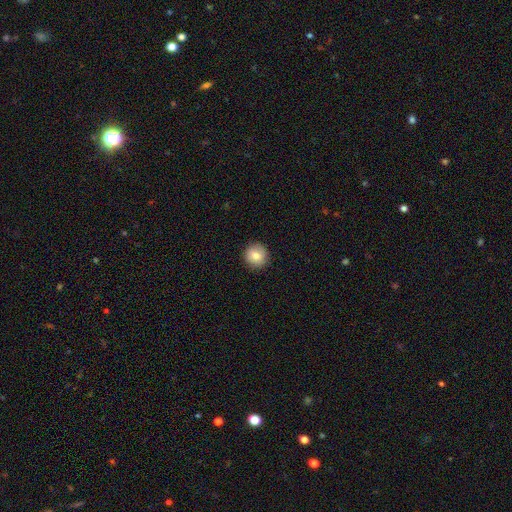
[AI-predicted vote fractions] Smooth or featured: smooth — 81% (featured or disk — 11%)
How rounded: round — 94% (in between — 5%)
Merging: none — 90% (minor disturbance — 7%)